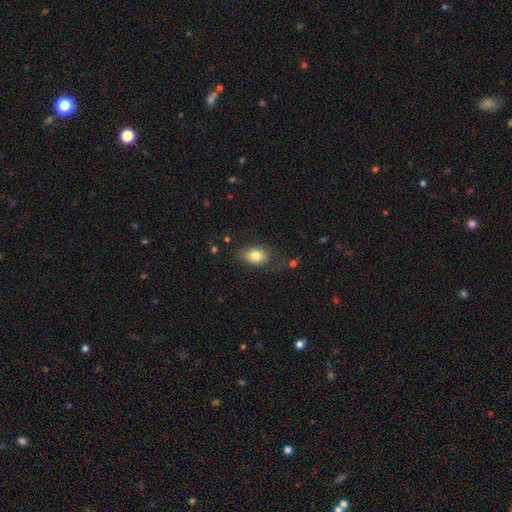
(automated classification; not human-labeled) Q: Smooth or featured?
A: smooth (81%); runner-up: featured or disk (10%)
Q: How rounded?
A: in between (78%); runner-up: round (21%)
Q: Merging?
A: none (72%); runner-up: minor disturbance (19%)